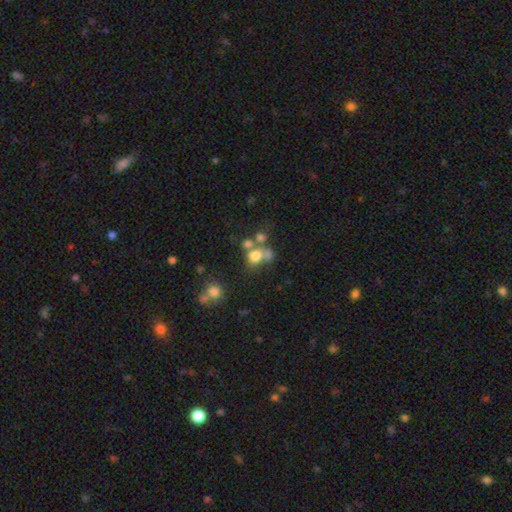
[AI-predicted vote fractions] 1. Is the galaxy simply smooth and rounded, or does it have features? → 66% smooth, 19% featured or disk, 16% star or artifact.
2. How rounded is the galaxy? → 61% round, 38% in between, 1% cigar-shaped.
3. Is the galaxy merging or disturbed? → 45% merger, 33% none, 11% major disturbance, 11% minor disturbance.